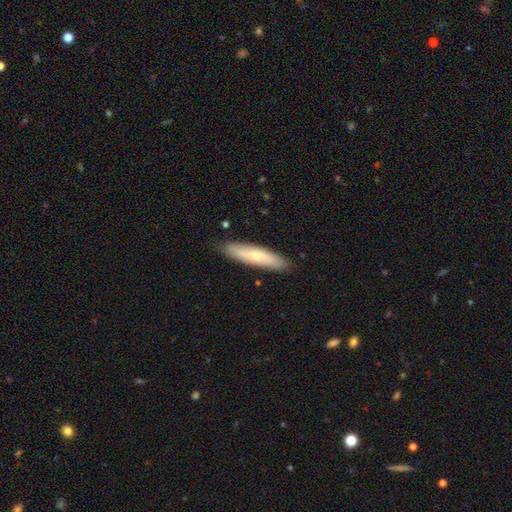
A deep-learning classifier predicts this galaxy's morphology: Q: Smooth or featured?
A: smooth (53%); runner-up: featured or disk (42%)
Q: How rounded?
A: cigar-shaped (80%); runner-up: in between (19%)
Q: Merging?
A: none (86%); runner-up: minor disturbance (10%)